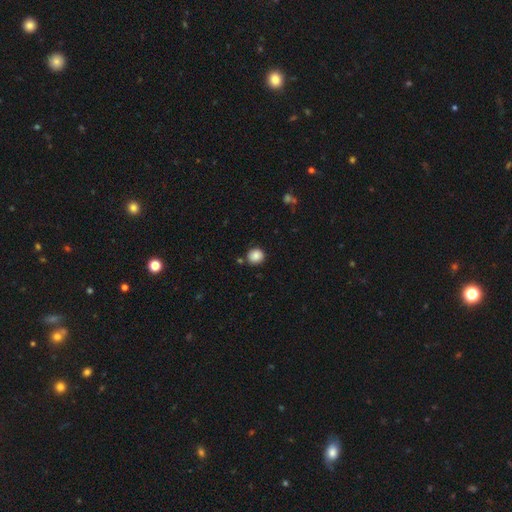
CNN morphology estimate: This is clearly a smooth galaxy (87%). How rounded: clearly round (87%). Merging: clearly none (83%).